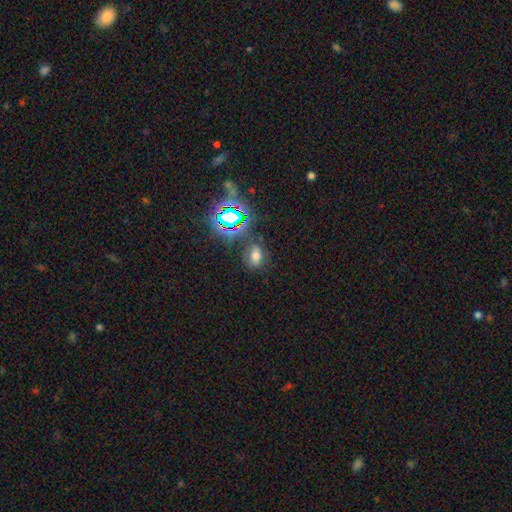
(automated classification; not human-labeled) Morphology: type=smooth (56%); roundness=in between (72%); merging=none (72%).